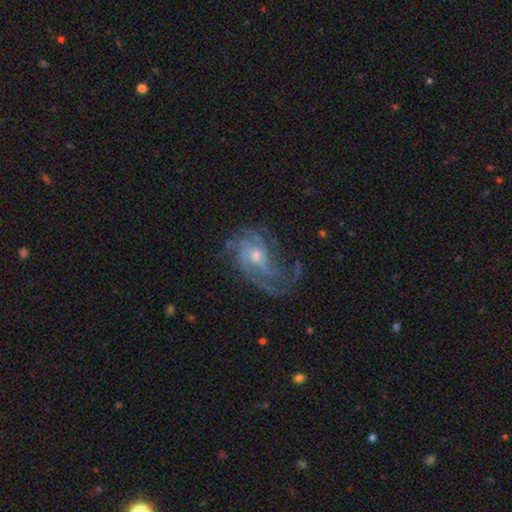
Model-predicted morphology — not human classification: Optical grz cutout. It shows a featured or disk galaxy (84%) with no bar (59%), can't tell (27%, tied with 3) medium (43%) spiral arms (94%) and a moderate central bulge (54%). Merging: none (59%).